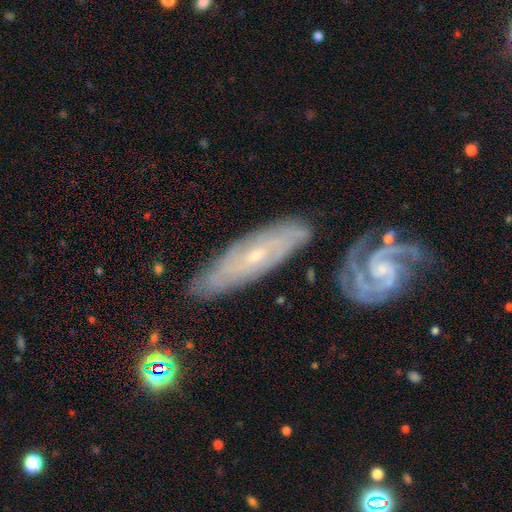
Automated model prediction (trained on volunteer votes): Smooth or featured: featured or disk — 75% (smooth — 17%)
Edge-on disk: no — 78% (yes — 22%)
Bar: no — 65% (weak — 26%)
Spiral arms: yes — 89% (no — 11%)
Spiral winding: tight — 75% (medium — 20%)
Spiral arm count: can't tell — 54% (2 — 19%)
Bulge size: small — 73% (moderate — 23%)
Merging: none — 76% (minor disturbance — 14%)